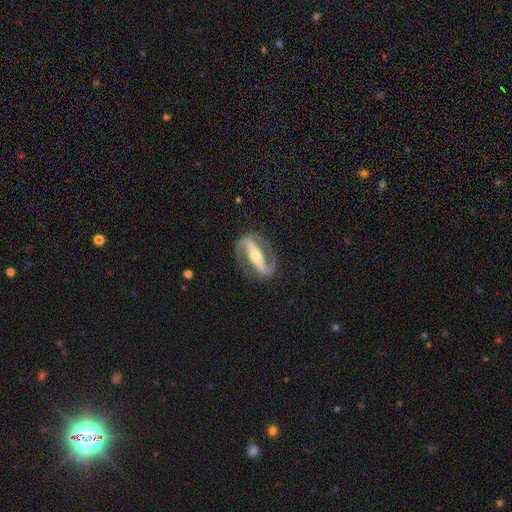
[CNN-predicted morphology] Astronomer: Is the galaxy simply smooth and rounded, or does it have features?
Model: featured or disk — 90%.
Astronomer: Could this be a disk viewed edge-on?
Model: no — 92%.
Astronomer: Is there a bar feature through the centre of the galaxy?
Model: strong — 75%.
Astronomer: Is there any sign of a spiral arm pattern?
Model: yes — 95%.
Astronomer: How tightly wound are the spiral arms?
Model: medium — 49% (runner-up: tight, 28%).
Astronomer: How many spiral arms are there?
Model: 2 — 93%.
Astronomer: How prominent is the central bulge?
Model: moderate — 52% (runner-up: small, 41%).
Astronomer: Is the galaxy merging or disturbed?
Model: none — 84%.